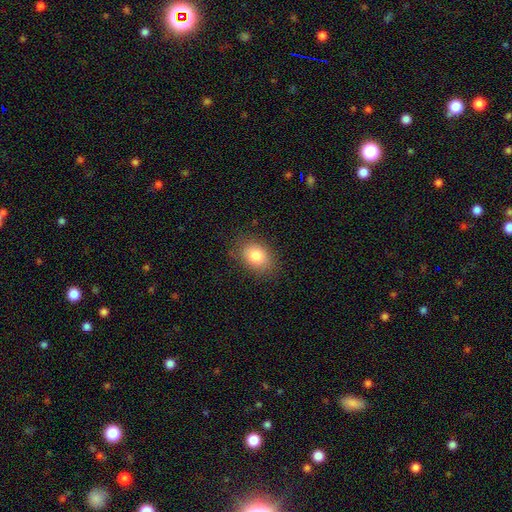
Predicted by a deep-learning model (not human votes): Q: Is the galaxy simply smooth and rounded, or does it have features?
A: smooth — 82%.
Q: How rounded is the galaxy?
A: in between — 72%.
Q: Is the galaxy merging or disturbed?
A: none — 81%.